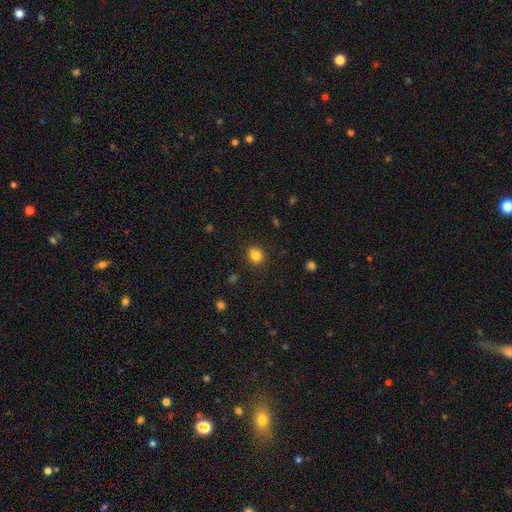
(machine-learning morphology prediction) smooth 82%, star or artifact 12%, featured or disk 6%. Down the decision tree: how rounded — round (74%); merging — none (77%).